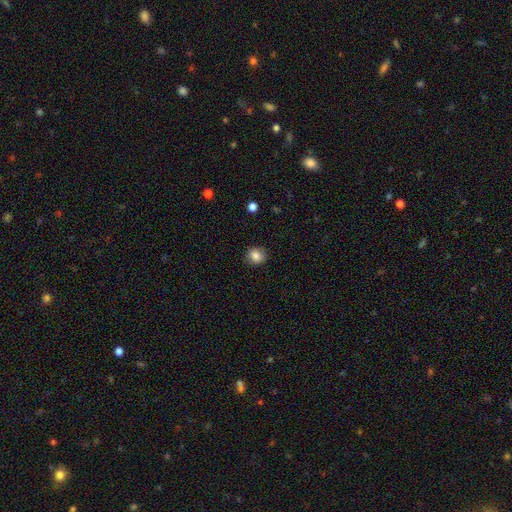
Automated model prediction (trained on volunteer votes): Q: Smooth or featured?
A: smooth (84%); runner-up: star or artifact (10%)
Q: How rounded?
A: round (75%); runner-up: in between (24%)
Q: Merging?
A: none (88%); runner-up: minor disturbance (9%)